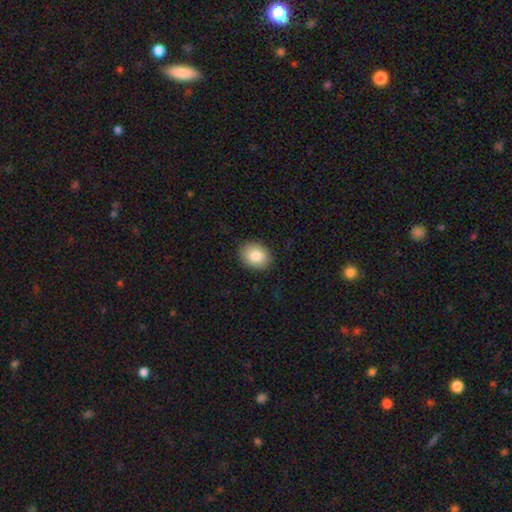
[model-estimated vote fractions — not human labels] Q: Smooth or featured?
A: smooth (85%); runner-up: star or artifact (8%)
Q: How rounded?
A: in between (51%); runner-up: round (48%)
Q: Merging?
A: none (88%); runner-up: minor disturbance (9%)